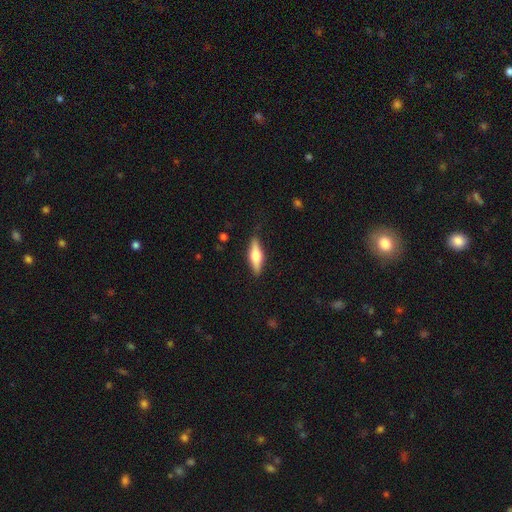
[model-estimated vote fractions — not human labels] smooth-or-featured: featured or disk: 48% | smooth: 46% | star or artifact: 6%
  merging: none: 85% | minor disturbance: 11% | major disturbance: 2% | merger: 1%